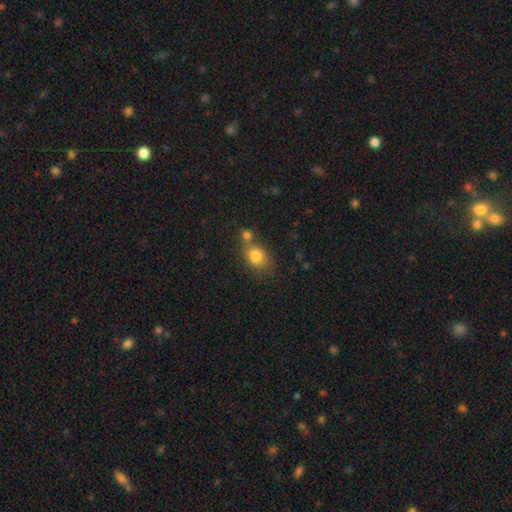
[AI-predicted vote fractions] Smooth or featured? smooth (79%)
How rounded? in between (56%)
Merging? none (44%)